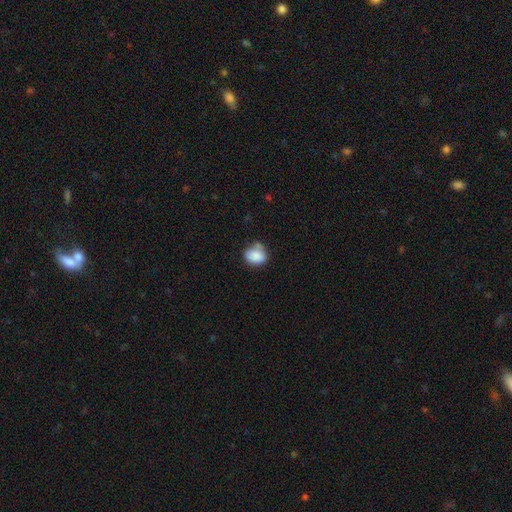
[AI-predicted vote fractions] The model was most divided on "how rounded": in between: 50%, round: 49%, cigar-shaped: 1%. More confident: smooth or featured — smooth (85%); merging — none (55%).